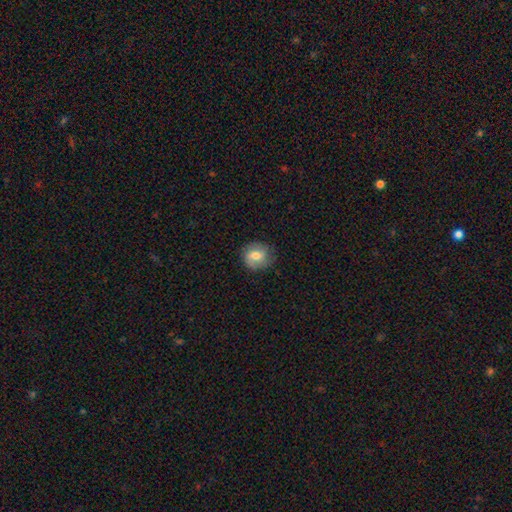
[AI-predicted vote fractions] Smooth or featured: smooth — 63% (featured or disk — 29%)
How rounded: round — 79% (in between — 20%)
Merging: none — 80% (minor disturbance — 15%)